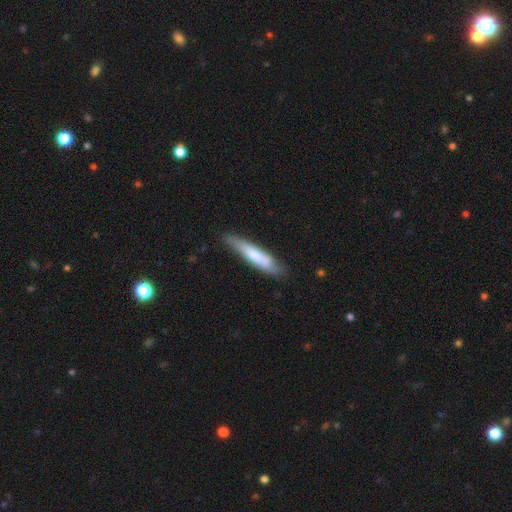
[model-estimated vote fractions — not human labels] This is likely a smooth galaxy (66%). How rounded: clearly cigar-shaped (87%). Merging: likely none (76%).